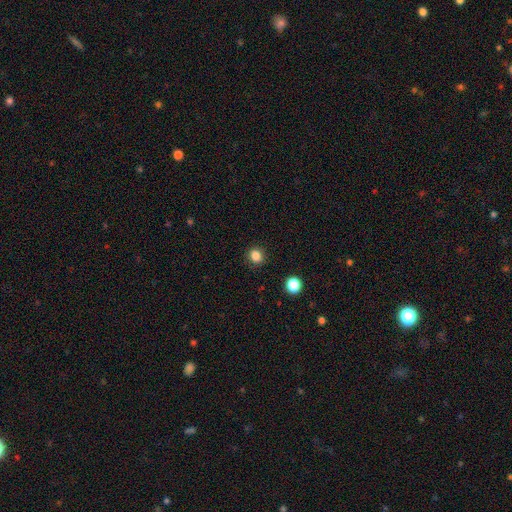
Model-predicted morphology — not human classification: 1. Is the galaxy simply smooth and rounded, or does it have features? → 84% smooth, 12% star or artifact, 4% featured or disk.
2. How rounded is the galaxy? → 84% round, 16% in between, 1% cigar-shaped.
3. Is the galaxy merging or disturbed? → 90% none, 6% minor disturbance, 2% major disturbance, 1% merger.